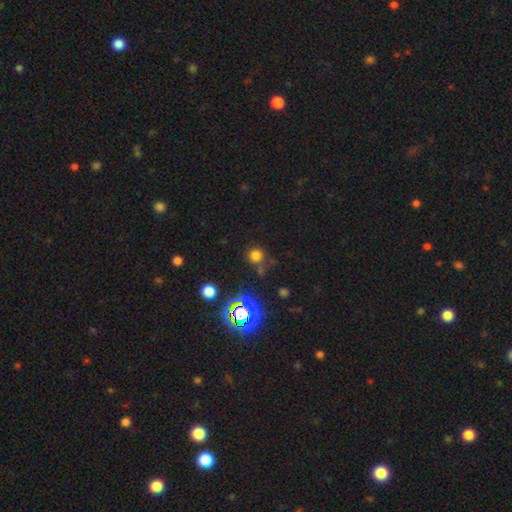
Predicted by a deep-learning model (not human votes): smooth_or_featured: smooth (p=0.68) [alt: star or artifact p=0.26]
how_rounded: round (p=0.93) [alt: in between p=0.06]
merging: none (p=0.76) [alt: minor disturbance p=0.11]